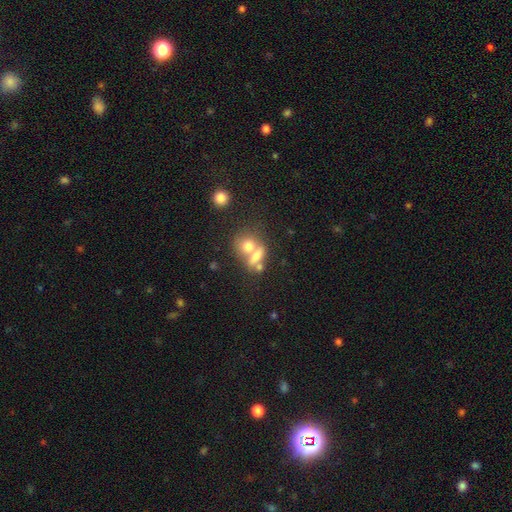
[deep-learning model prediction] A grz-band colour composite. It shows a smooth galaxy with no disk features (66%) that is in between round and cigar-shaped (52%). Merging: merger (58%).